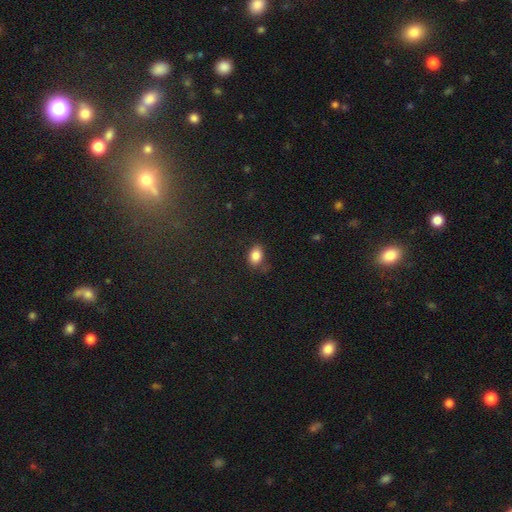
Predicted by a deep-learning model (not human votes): Smooth or featured? smooth (85%)
How rounded? in between (74%)
Merging? none (73%)